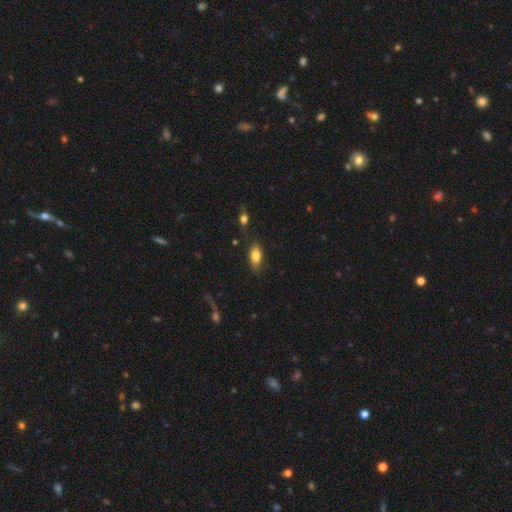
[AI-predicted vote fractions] smooth_or_featured: smooth (p=0.79) [alt: featured or disk p=0.14]
how_rounded: in between (p=0.84) [alt: cigar-shaped p=0.12]
merging: none (p=0.74) [alt: minor disturbance p=0.16]